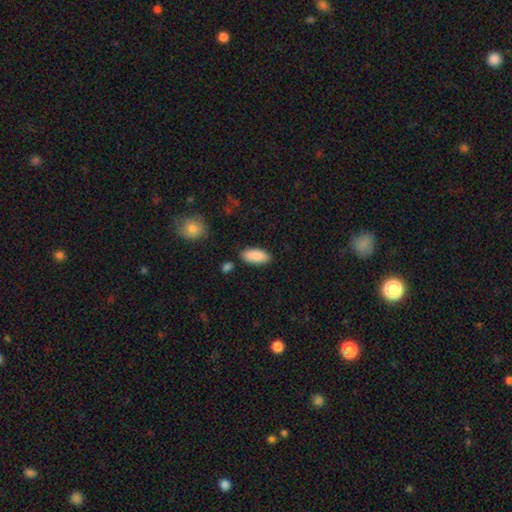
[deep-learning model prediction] Smooth or featured?
  - smooth: 89% *
  - star or artifact: 6%
  - featured or disk: 5%
How rounded?
  - in between: 88% *
  - cigar-shaped: 10%
  - round: 2%
Merging?
  - none: 84% *
  - minor disturbance: 11%
  - merger: 3%
  - major disturbance: 2%